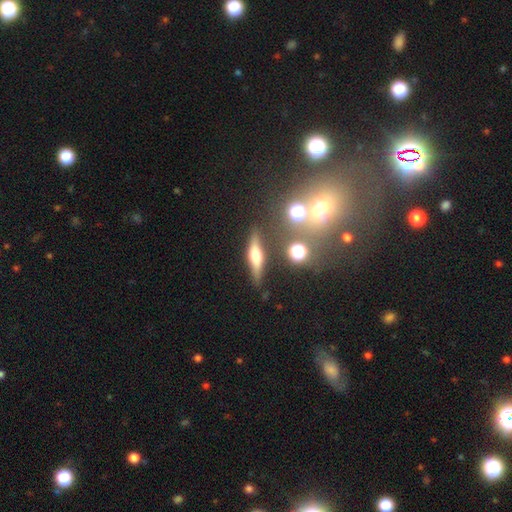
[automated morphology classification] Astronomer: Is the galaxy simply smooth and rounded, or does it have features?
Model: featured or disk — 57% (runner-up: smooth, 33%).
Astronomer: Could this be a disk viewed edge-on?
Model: yes — 91%.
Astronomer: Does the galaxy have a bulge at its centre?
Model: rounded — 91%.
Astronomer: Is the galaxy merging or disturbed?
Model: none — 81%.